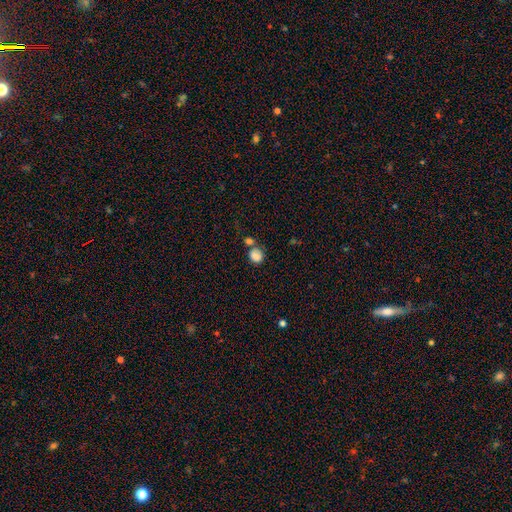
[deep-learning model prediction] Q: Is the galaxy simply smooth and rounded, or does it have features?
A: smooth — 82%.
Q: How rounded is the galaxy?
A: round — 67%.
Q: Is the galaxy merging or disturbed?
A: none — 51%.